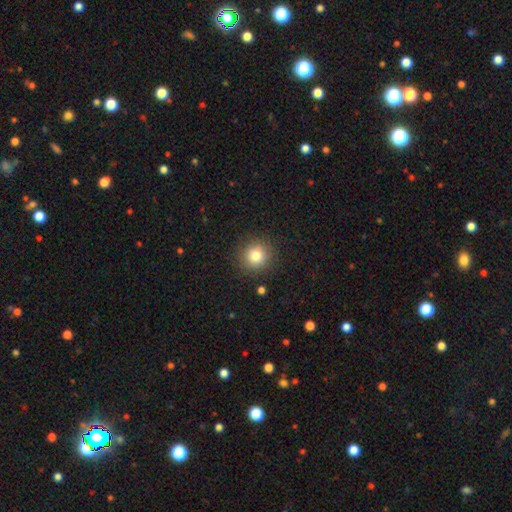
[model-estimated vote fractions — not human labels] Smooth or featured? Predicted: smooth (p=0.81). How rounded? Predicted: round (p=0.92). Merging? Predicted: none (p=0.89).